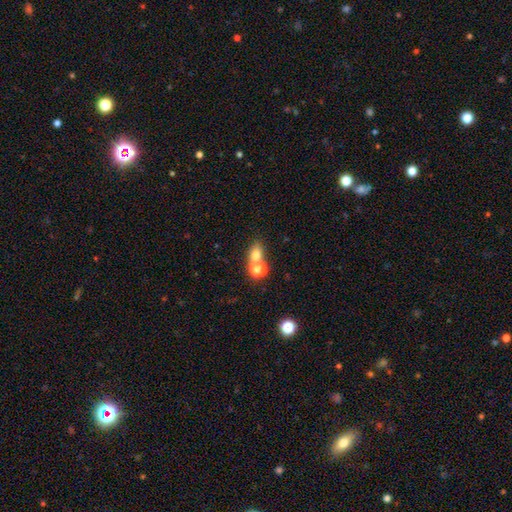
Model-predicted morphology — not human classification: Smooth or featured? smooth (72%)
How rounded? in between (57%)
Merging? merger (51%)